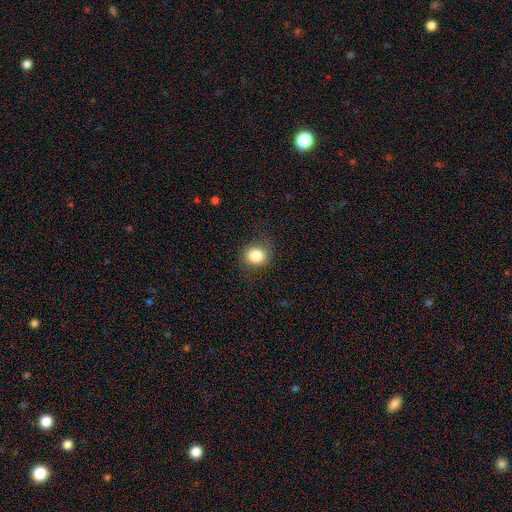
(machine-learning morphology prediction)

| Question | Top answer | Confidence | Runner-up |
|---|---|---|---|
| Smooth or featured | smooth | 84% | star or artifact (10%) |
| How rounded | round | 69% | in between (30%) |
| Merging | none | 81% | minor disturbance (13%) |